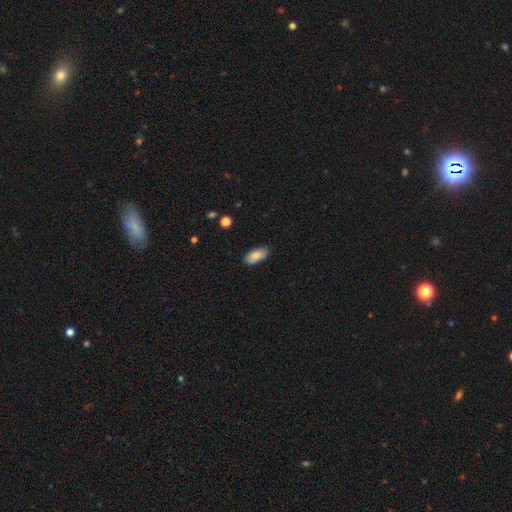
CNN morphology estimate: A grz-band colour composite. It shows a smooth galaxy with no disk features (85%) that is in between round and cigar-shaped (89%). Merging: none (82%).